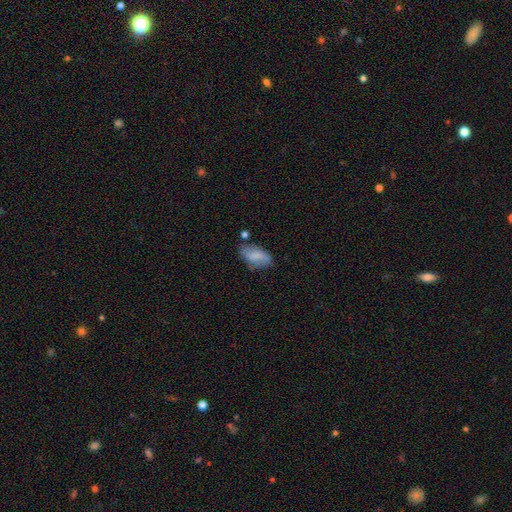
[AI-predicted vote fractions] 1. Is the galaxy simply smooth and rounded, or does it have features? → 70% smooth, 22% featured or disk, 8% star or artifact.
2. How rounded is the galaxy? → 91% in between, 5% cigar-shaped, 4% round.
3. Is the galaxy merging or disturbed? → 58% none, 27% minor disturbance, 9% major disturbance, 6% merger.